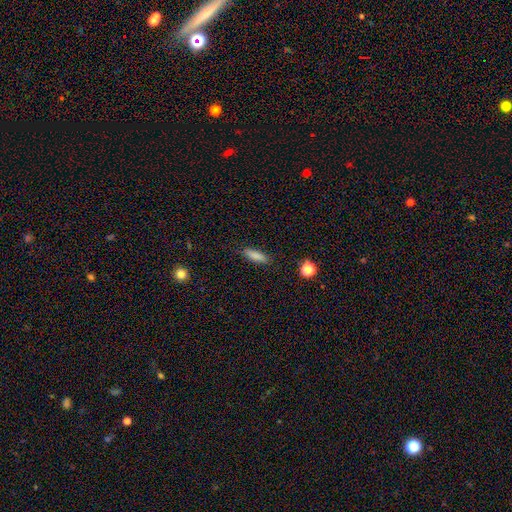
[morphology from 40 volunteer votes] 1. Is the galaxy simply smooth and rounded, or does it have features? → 88% smooth, 8% star or artifact, 5% featured or disk.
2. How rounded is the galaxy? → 51% cigar-shaped, 46% in between, 3% round.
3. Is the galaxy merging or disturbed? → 84% none, 11% minor disturbance, 5% major disturbance, 0% merger.